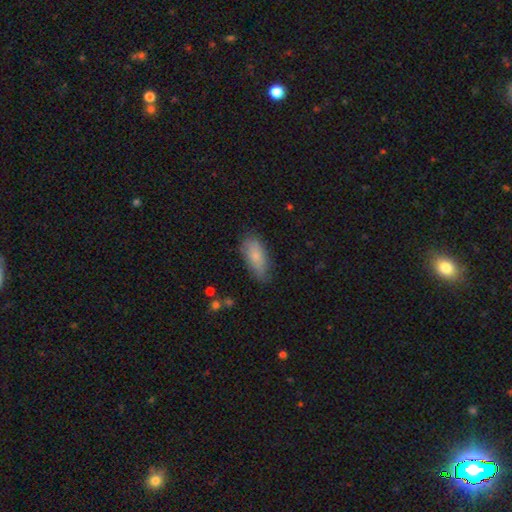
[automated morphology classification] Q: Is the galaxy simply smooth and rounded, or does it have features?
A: smooth — 82%.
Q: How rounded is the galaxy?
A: in between — 85%.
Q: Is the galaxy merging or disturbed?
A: none — 66%.